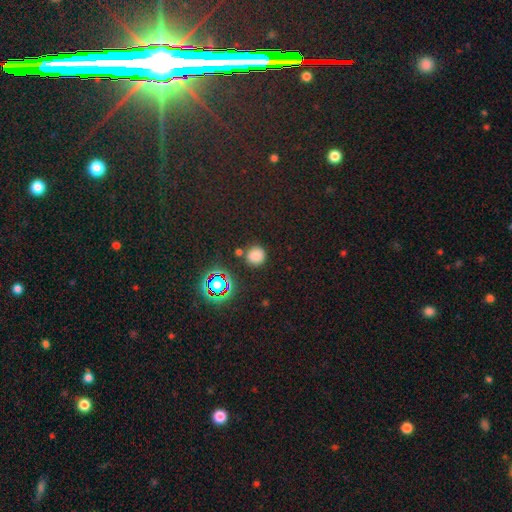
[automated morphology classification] A smooth galaxy with no disk features (73%) that is round (92%).

Vote fractions:
- Smooth or featured? smooth: 73% / star or artifact: 21% / featured or disk: 5%
- How rounded? round: 92% / in between: 7% / cigar-shaped: 1%
- Merging? none: 84% / minor disturbance: 9% / merger: 4% / major disturbance: 3%